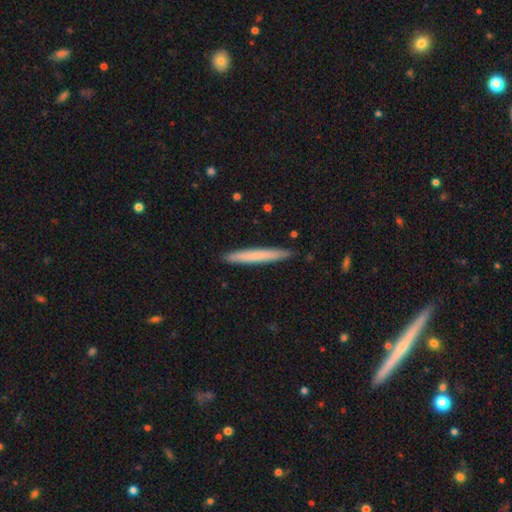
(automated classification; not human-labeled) This appears to be a smooth galaxy with no disk features (67%) that is cigar-shaped (97%). Merging: none (91%).